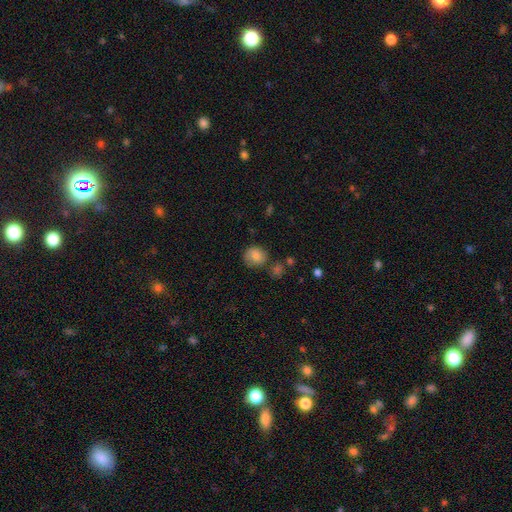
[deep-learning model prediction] A smooth galaxy with no disk features (80%) that is round (78%). Merging: none (66%).